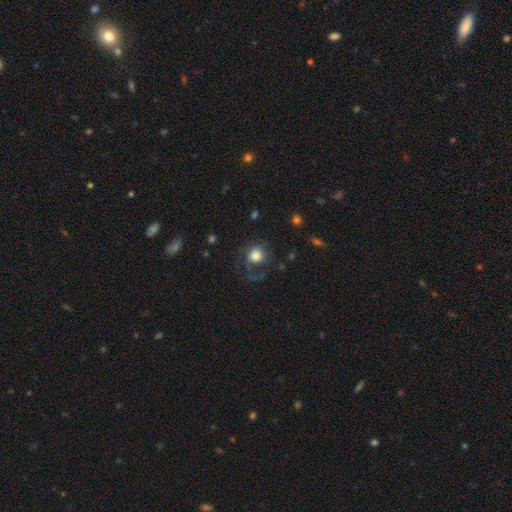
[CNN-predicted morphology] This appears to be a smooth galaxy with no disk features (70%) that is round (79%). Merging: none (48%).